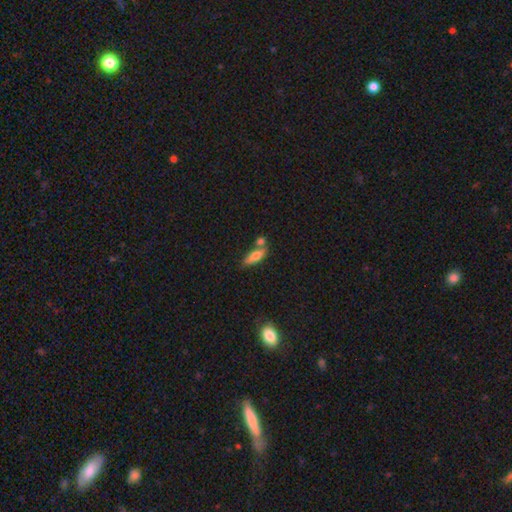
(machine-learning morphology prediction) Smooth or featured? smooth (67%)
How rounded? in between (51%)
Merging? none (61%)